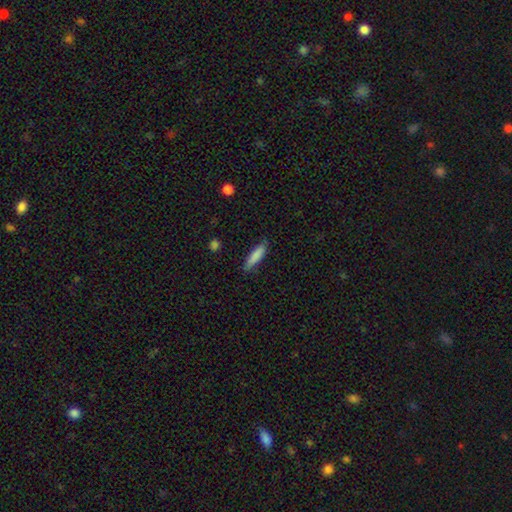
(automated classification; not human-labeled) Smooth or featured? smooth (84%)
How rounded? cigar-shaped (74%)
Merging? none (79%)